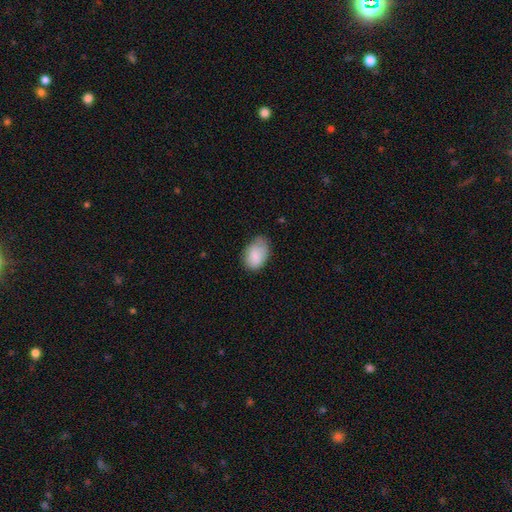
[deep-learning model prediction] A smooth galaxy with no disk features (85%) that is in between round and cigar-shaped (86%).

Vote fractions:
- Smooth or featured? smooth: 85% / featured or disk: 8% / star or artifact: 7%
- How rounded? in between: 86% / round: 13% / cigar-shaped: 1%
- Merging? none: 54% / minor disturbance: 36% / major disturbance: 8% / merger: 2%